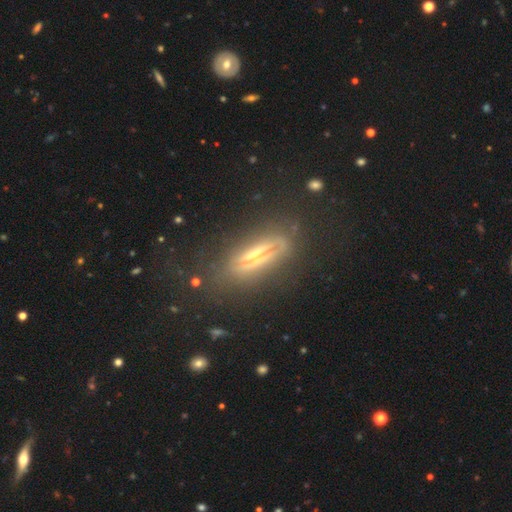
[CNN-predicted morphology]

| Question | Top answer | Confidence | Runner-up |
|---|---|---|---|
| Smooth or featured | featured or disk | 57% | smooth (25%) |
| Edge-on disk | yes | 79% | no (21%) |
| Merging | none | 75% | minor disturbance (14%) |